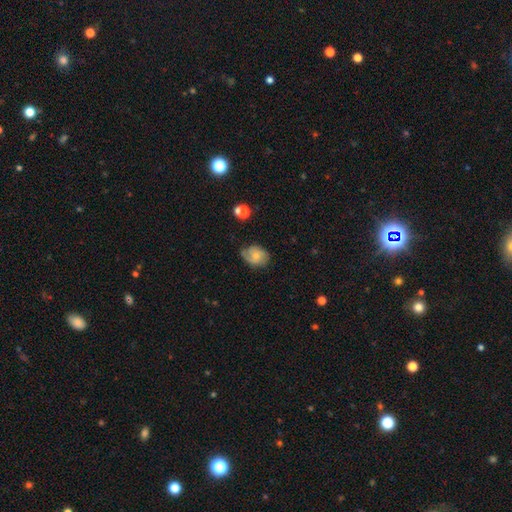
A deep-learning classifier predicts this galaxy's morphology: type=smooth (55%); roundness=in between (57%); merging=none (55%).